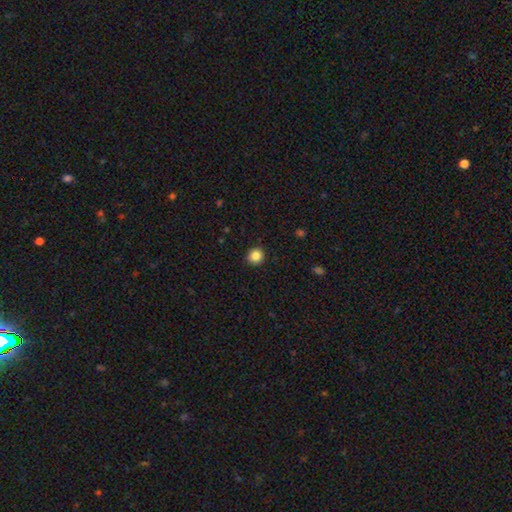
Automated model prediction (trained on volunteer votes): Overall: smooth (85%). How rounded: round (88%). Merging: none (91%).